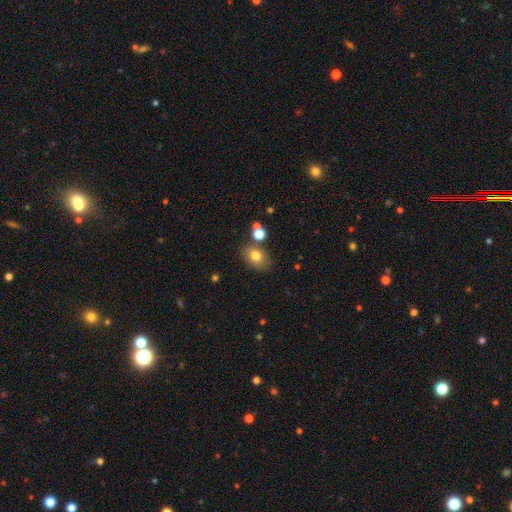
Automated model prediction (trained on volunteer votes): Smooth or featured?
  - smooth: 78% *
  - star or artifact: 11%
  - featured or disk: 11%
How rounded?
  - in between: 67% *
  - round: 32%
  - cigar-shaped: 1%
Merging?
  - none: 72% *
  - minor disturbance: 13%
  - merger: 11%
  - major disturbance: 4%